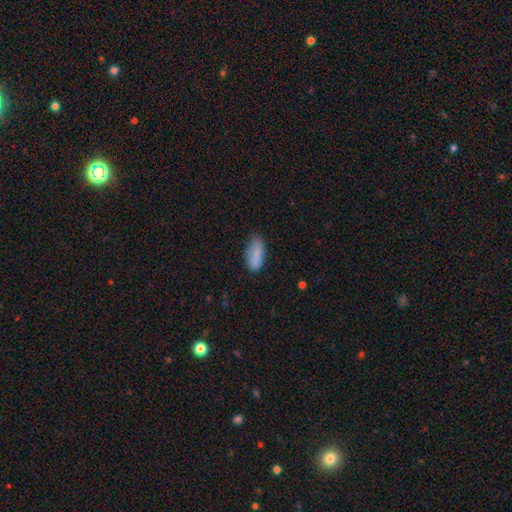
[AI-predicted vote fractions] smooth_or_featured: smooth (p=0.85) [alt: featured or disk p=0.08]
how_rounded: in between (p=0.84) [alt: cigar-shaped p=0.14]
merging: none (p=0.68) [alt: minor disturbance p=0.25]